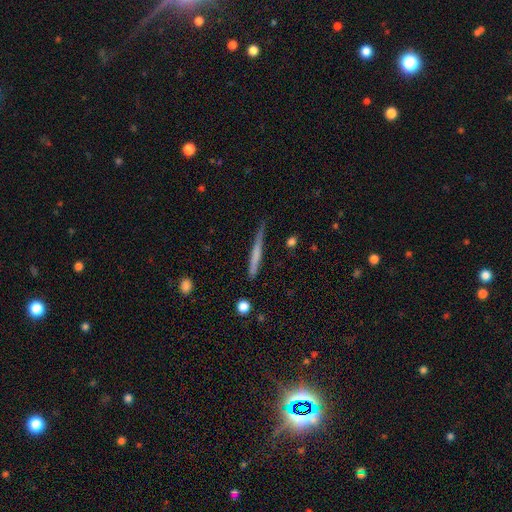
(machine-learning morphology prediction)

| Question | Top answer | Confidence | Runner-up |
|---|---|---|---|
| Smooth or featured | smooth | 56% | featured or disk (37%) |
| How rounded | cigar-shaped | 95% | in between (3%) |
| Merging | none | 71% | minor disturbance (22%) |